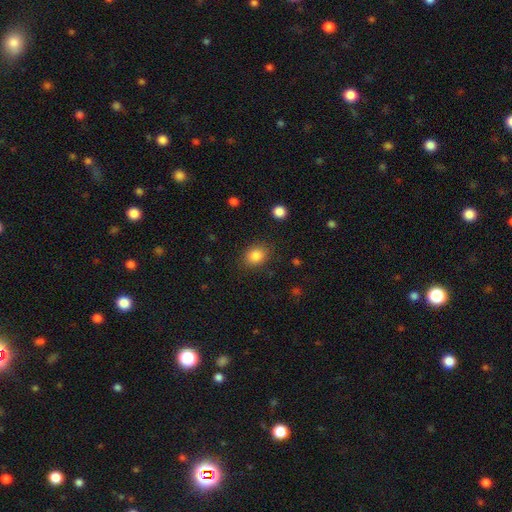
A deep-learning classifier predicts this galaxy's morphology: smooth 85%, star or artifact 10%, featured or disk 5%. Down the decision tree: how rounded — in between (52%); merging — none (84%).